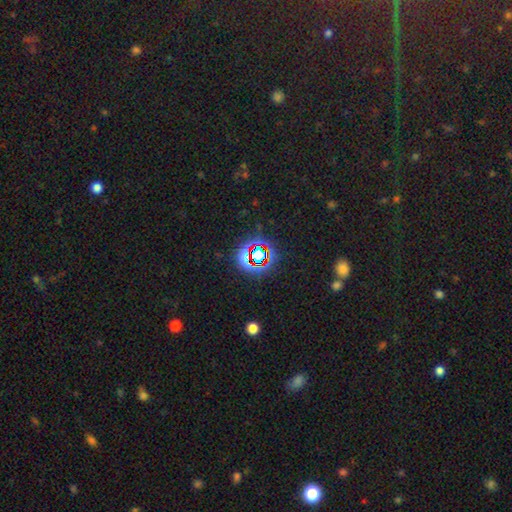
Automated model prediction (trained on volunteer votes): This appears to be a star or artifact, not a galaxy (75%).